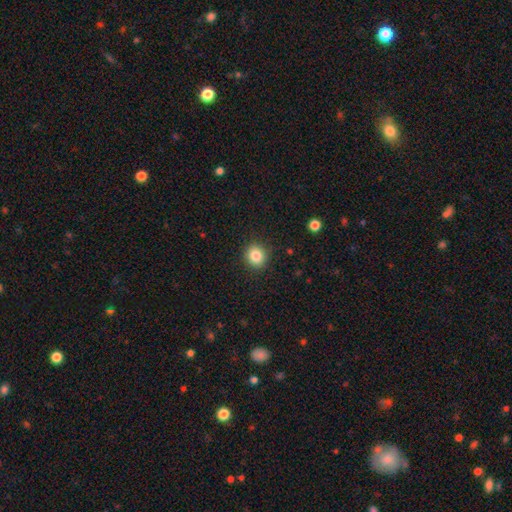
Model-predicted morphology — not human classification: Smooth or featured? smooth (84%)
How rounded? round (84%)
Merging? none (90%)